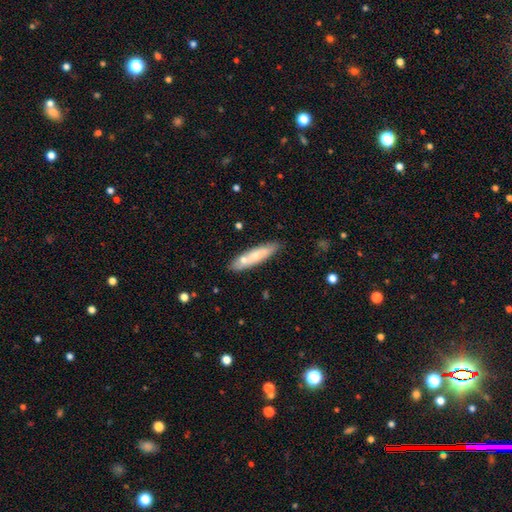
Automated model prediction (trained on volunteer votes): smooth 64%, featured or disk 30%, star or artifact 6%. Down the decision tree: how rounded — cigar-shaped (77%); merging — none (72%).